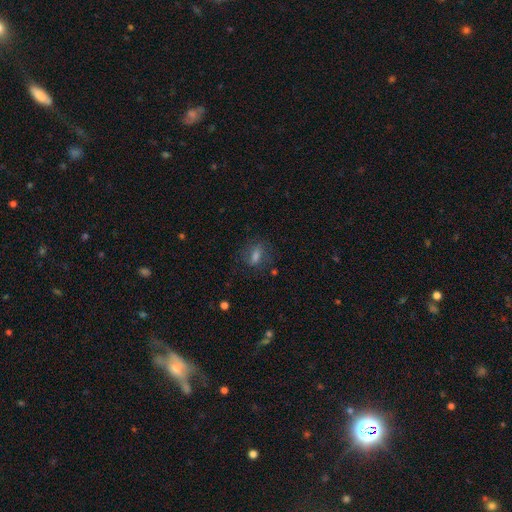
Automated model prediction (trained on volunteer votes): smooth 70%, featured or disk 17%, star or artifact 13%. Down the decision tree: how rounded — in between (68%); merging — none (70%).